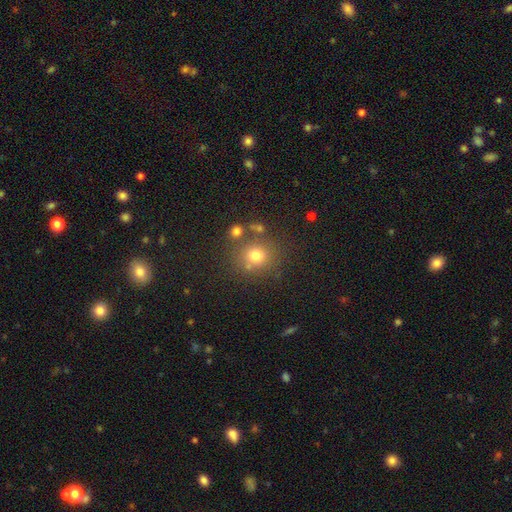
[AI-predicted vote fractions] smooth-or-featured: smooth: 74% | star or artifact: 16% | featured or disk: 10%
  how-rounded: round: 85% | in between: 14% | cigar-shaped: 1%
  merging: none: 72% | minor disturbance: 12% | merger: 11% | major disturbance: 5%